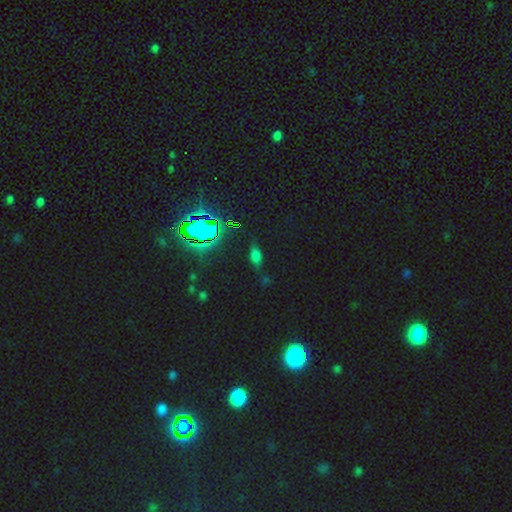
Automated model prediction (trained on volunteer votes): Morphology: type=smooth (47%); merging=none (76%).